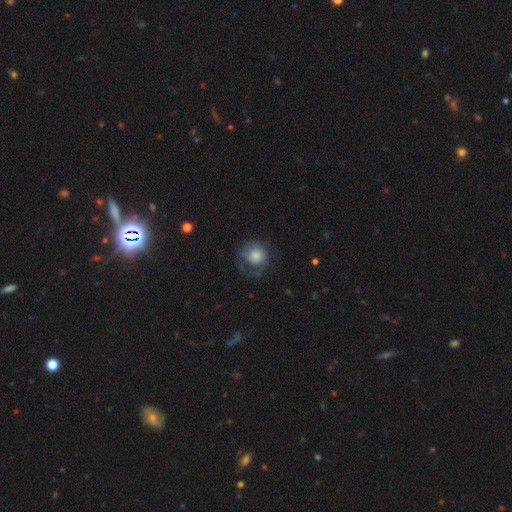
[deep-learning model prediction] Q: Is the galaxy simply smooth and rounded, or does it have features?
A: smooth — 67%.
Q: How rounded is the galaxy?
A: round — 85%.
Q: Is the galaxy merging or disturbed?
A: none — 48%.